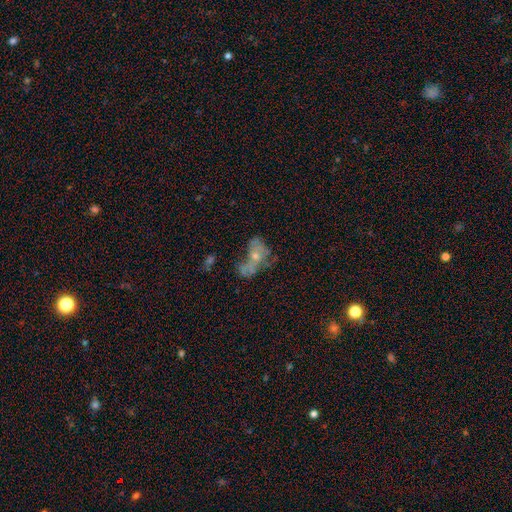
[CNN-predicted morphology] type=featured or disk (49%); merging=merger (31%).